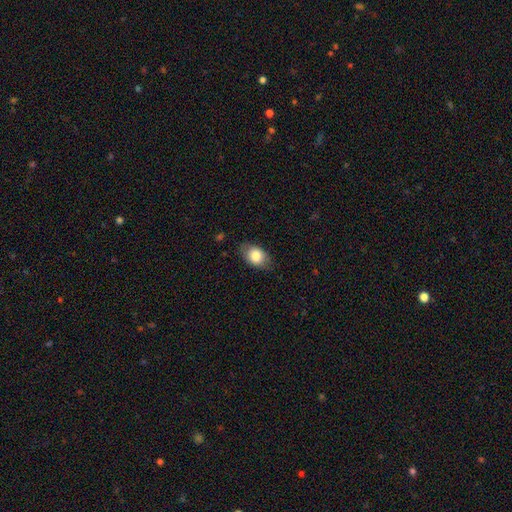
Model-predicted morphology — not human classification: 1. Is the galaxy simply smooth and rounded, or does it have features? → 79% smooth, 14% featured or disk, 7% star or artifact.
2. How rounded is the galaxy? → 84% in between, 15% round, 2% cigar-shaped.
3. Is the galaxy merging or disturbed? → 78% none, 17% minor disturbance, 4% major disturbance, 1% merger.